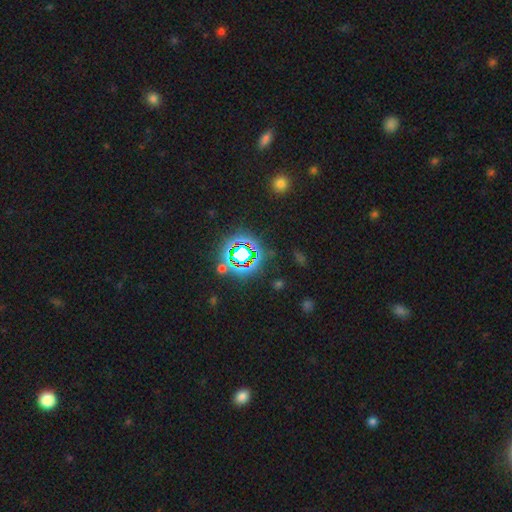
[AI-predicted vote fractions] smooth_or_featured: star or artifact (p=0.76) [alt: smooth p=0.15]